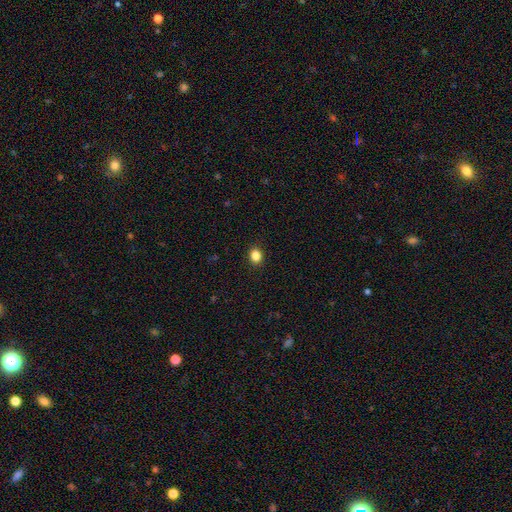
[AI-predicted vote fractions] smooth-or-featured: smooth: 85% | star or artifact: 11% | featured or disk: 4%
  how-rounded: round: 60% | in between: 39% | cigar-shaped: 1%
  merging: none: 91% | minor disturbance: 6% | major disturbance: 2% | merger: 1%